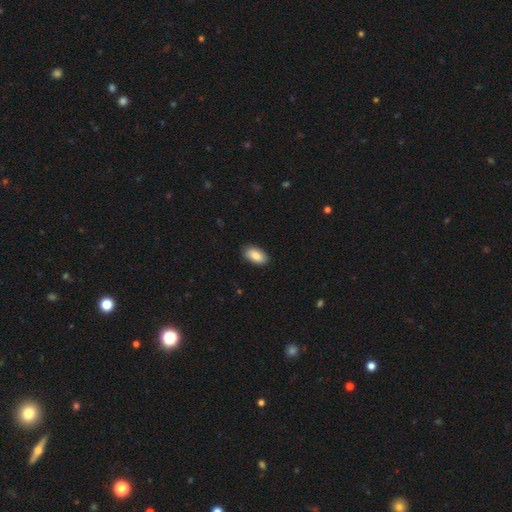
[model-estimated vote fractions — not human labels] Overall: smooth (88%). How rounded: in between (94%). Merging: none (87%).